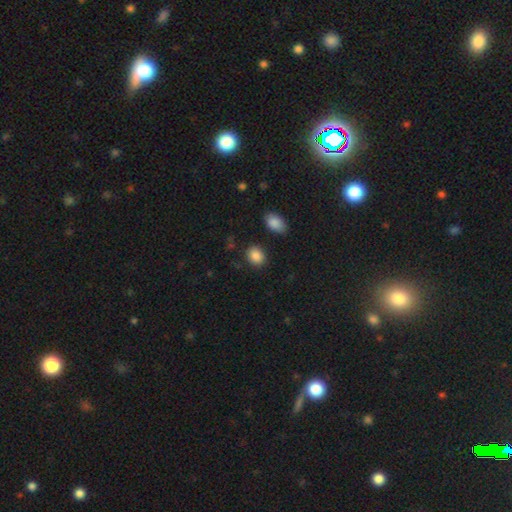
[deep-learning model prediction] Smooth or featured: smooth — 87% (star or artifact — 8%)
How rounded: in between — 52% (round — 47%)
Merging: none — 86% (minor disturbance — 9%)